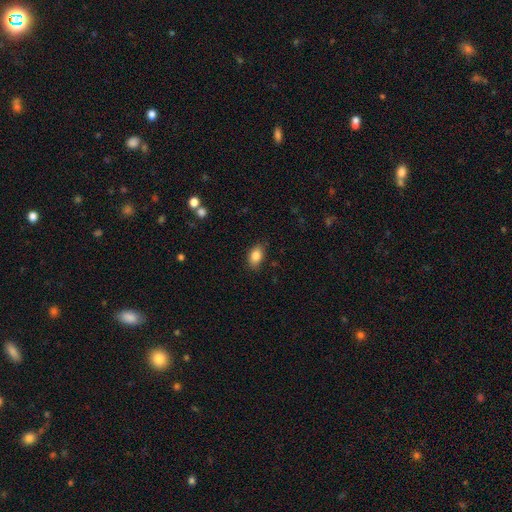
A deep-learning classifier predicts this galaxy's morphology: A smooth galaxy with no disk features (86%) that is in between round and cigar-shaped (90%).

Vote fractions:
- Smooth or featured? smooth: 86% / star or artifact: 8% / featured or disk: 7%
- How rounded? in between: 90% / round: 9% / cigar-shaped: 2%
- Merging? none: 84% / minor disturbance: 12% / major disturbance: 3% / merger: 1%